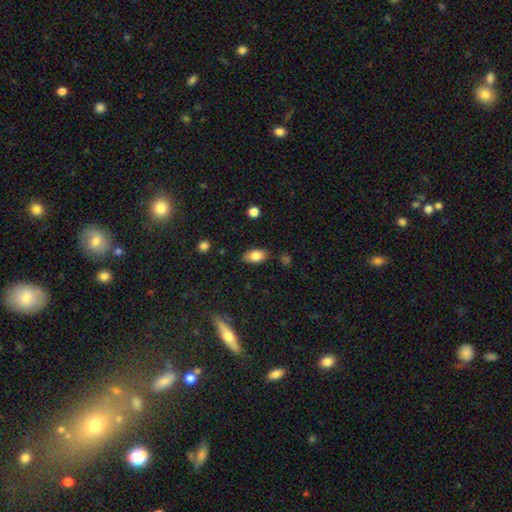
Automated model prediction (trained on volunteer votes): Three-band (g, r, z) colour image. It shows a smooth galaxy with no disk features (82%) that is in between round and cigar-shaped (91%). Merging: none (84%).